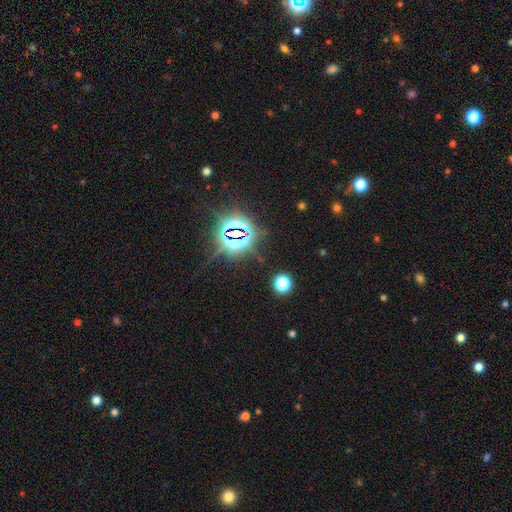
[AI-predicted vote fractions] Smooth or featured?
  - star or artifact: 83% *
  - smooth: 10%
  - featured or disk: 7%